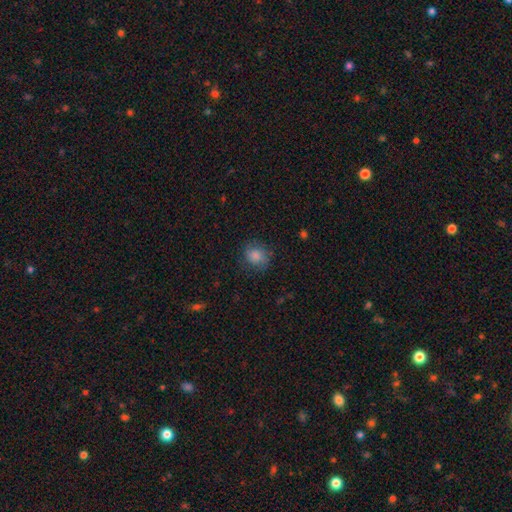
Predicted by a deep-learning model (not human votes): Q: Smooth or featured?
A: smooth (80%); runner-up: featured or disk (11%)
Q: How rounded?
A: round (73%); runner-up: in between (27%)
Q: Merging?
A: none (75%); runner-up: minor disturbance (18%)